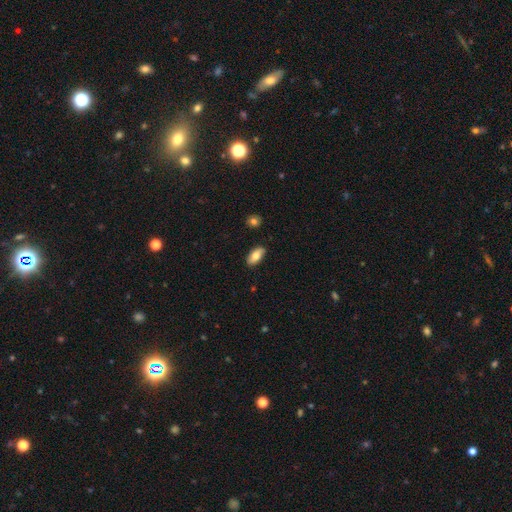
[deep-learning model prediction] Smooth or featured? smooth (76%)
How rounded? in between (89%)
Merging? none (86%)